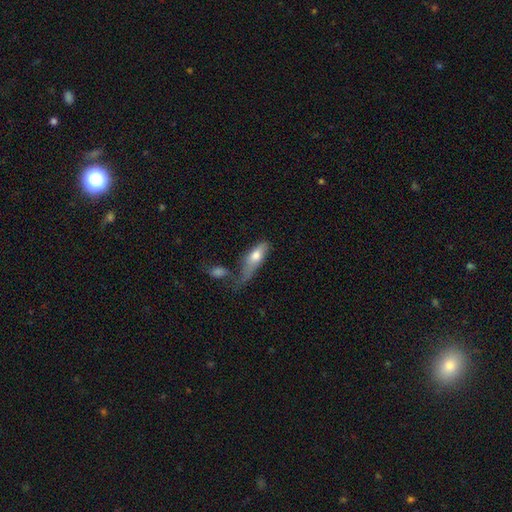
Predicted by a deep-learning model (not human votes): smooth_or_featured: smooth (p=0.69) [alt: featured or disk p=0.25]
how_rounded: in between (p=0.66) [alt: cigar-shaped p=0.30]
merging: none (p=0.28) [alt: merger p=0.25]